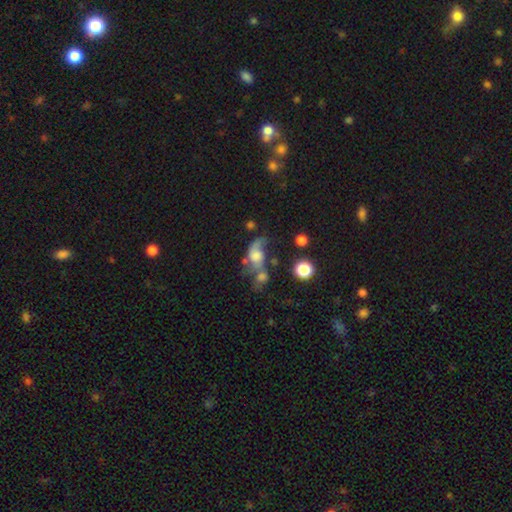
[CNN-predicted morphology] The model was most divided on "merging": merger: 33%, major disturbance: 29%, none: 23%, minor disturbance: 16%. Remaining: smooth or featured — featured or disk (47%).